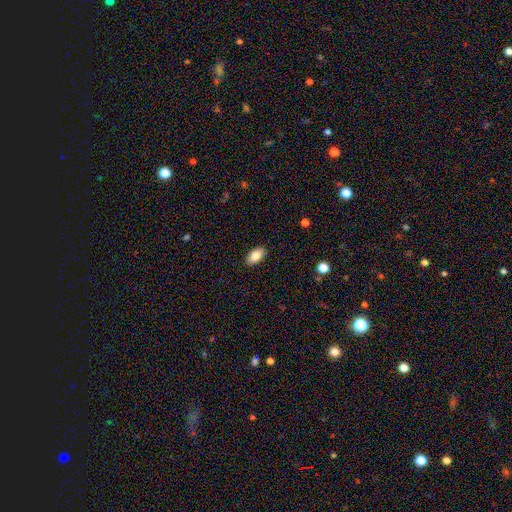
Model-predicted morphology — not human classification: This is clearly a smooth galaxy (84%). How rounded: clearly in between (94%). Merging: clearly none (89%).